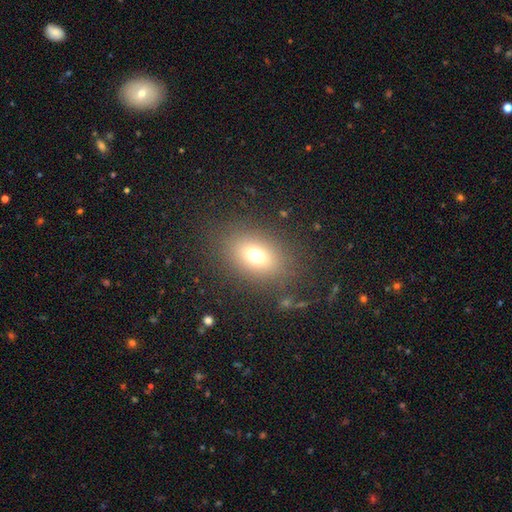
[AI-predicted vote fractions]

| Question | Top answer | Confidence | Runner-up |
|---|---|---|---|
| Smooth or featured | smooth | 70% | star or artifact (16%) |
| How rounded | in between | 66% | round (32%) |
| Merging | none | 82% | minor disturbance (10%) |